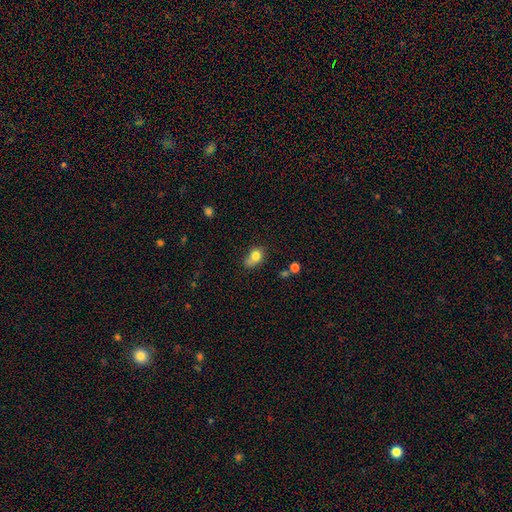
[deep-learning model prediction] Morphology: type=smooth (80%); roundness=in between (63%); merging=none (47%).